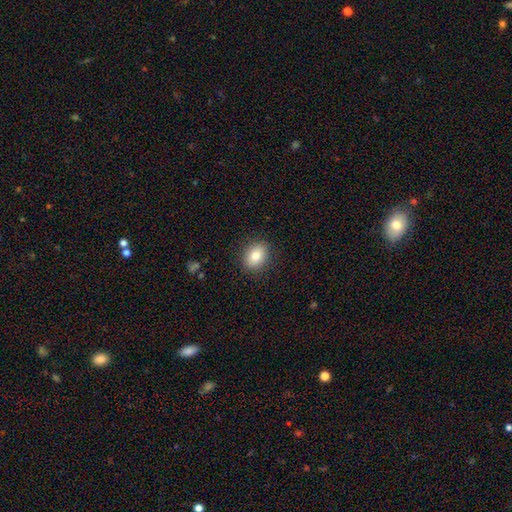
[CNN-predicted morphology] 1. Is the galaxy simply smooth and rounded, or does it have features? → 83% smooth, 9% star or artifact, 8% featured or disk.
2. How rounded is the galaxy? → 65% in between, 34% round, 1% cigar-shaped.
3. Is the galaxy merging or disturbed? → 88% none, 8% minor disturbance, 3% major disturbance, 1% merger.